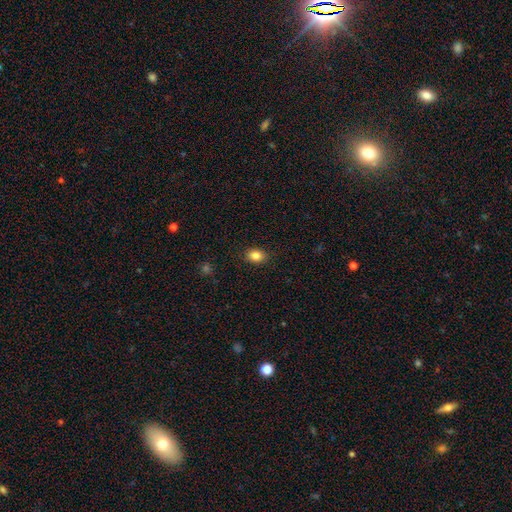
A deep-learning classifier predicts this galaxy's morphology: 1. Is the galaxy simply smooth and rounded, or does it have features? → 85% smooth, 9% star or artifact, 6% featured or disk.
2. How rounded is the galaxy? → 66% in between, 33% round, 1% cigar-shaped.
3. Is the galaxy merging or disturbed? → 89% none, 8% minor disturbance, 2% major disturbance, 1% merger.